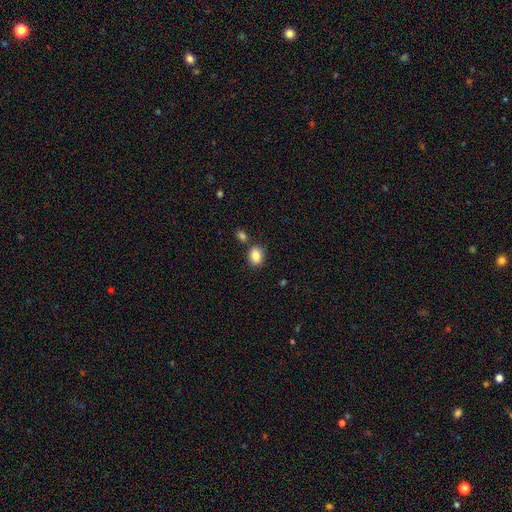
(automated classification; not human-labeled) smooth_or_featured: smooth (p=0.85) [alt: star or artifact p=0.09]
how_rounded: in between (p=0.58) [alt: round p=0.41]
merging: none (p=0.74) [alt: merger p=0.13]